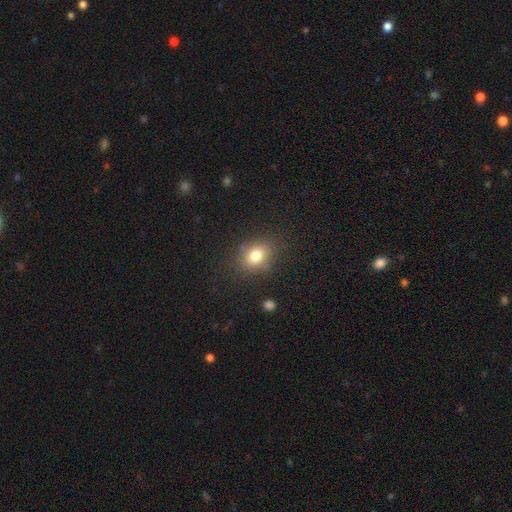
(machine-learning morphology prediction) The model was most divided on "how rounded": in between: 55%, round: 44%, cigar-shaped: 1%. More confident: smooth or featured — smooth (80%); merging — none (79%).